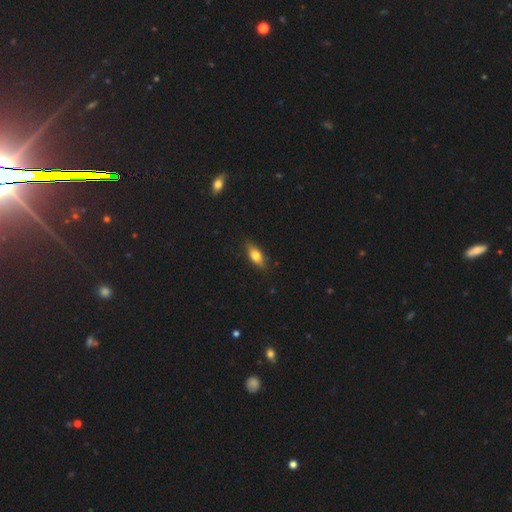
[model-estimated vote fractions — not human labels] Smooth or featured: smooth — 70% (featured or disk — 23%)
How rounded: in between — 76% (cigar-shaped — 19%)
Merging: none — 84% (minor disturbance — 13%)